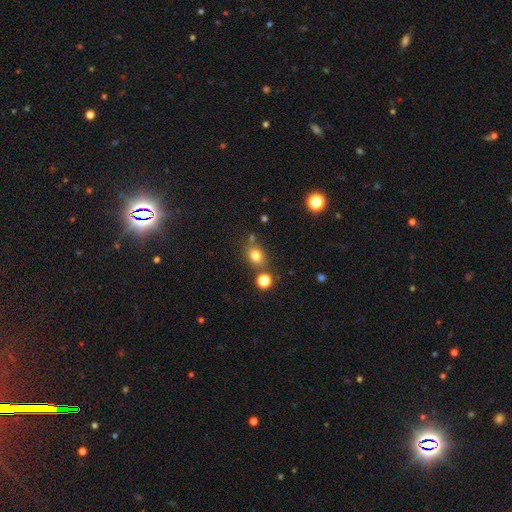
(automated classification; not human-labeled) smooth_or_featured: smooth (p=0.77) [alt: star or artifact p=0.14]
how_rounded: round (p=0.55) [alt: in between p=0.44]
merging: none (p=0.71) [alt: minor disturbance p=0.13]